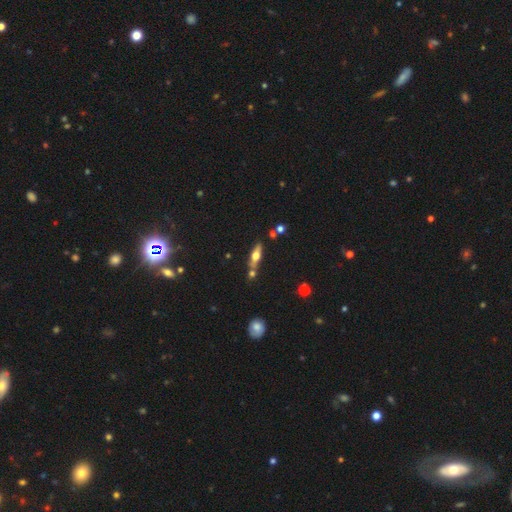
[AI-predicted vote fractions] This is possibly a featured or disk galaxy (54%). It is clearly viewed edge-on (88%). Merging: likely none (66%).